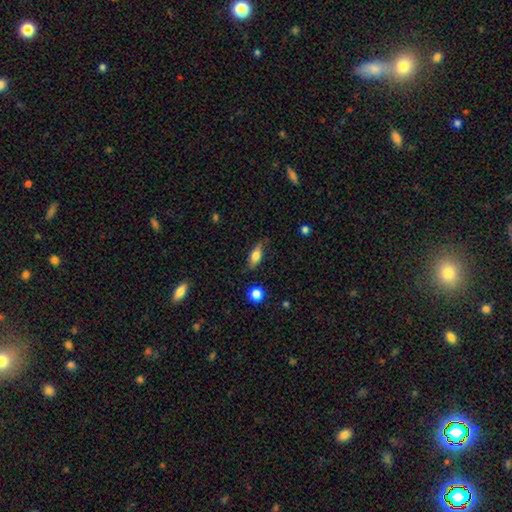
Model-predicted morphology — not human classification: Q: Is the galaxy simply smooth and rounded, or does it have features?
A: smooth — 69%.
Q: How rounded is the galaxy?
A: in between — 73%.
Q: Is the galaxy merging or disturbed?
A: none — 73%.